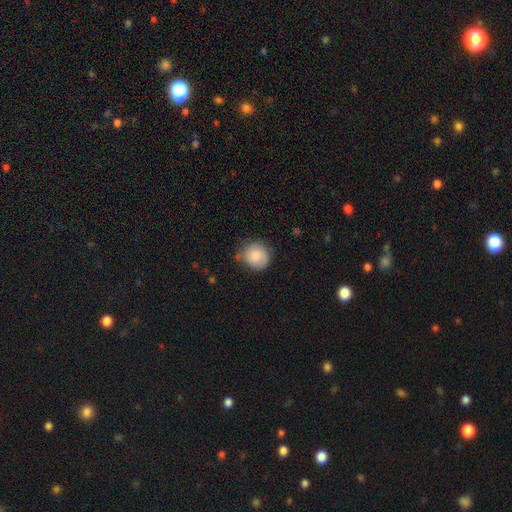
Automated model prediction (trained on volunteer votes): Q: Smooth or featured?
A: smooth (82%); runner-up: featured or disk (11%)
Q: How rounded?
A: round (87%); runner-up: in between (12%)
Q: Merging?
A: none (69%); runner-up: minor disturbance (24%)